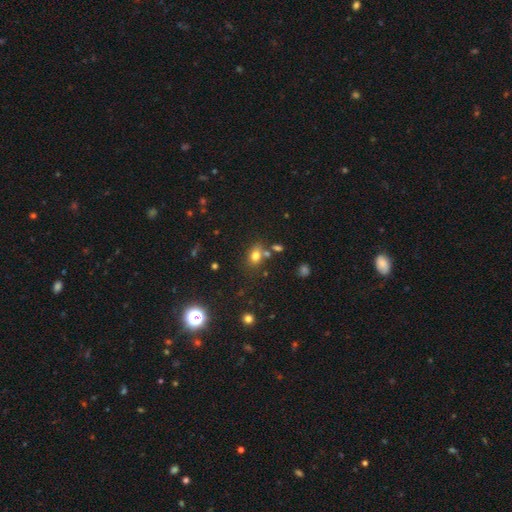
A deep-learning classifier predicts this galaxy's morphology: Overall: smooth (74%). How rounded: in between (64%; round 34%). Merging: none (65%).